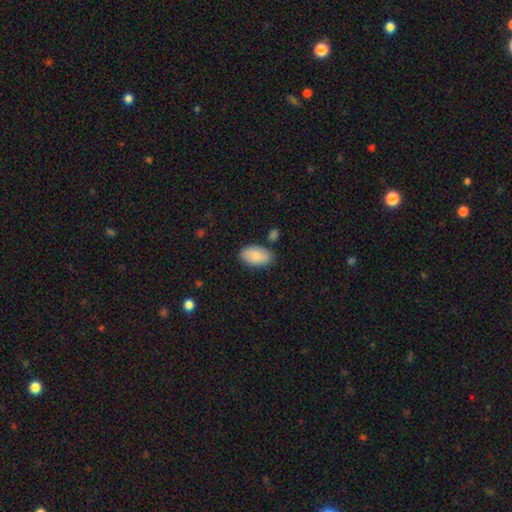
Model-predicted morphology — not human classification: smooth 84%, featured or disk 10%, star or artifact 6%. Down the decision tree: how rounded — in between (95%); merging — none (81%).